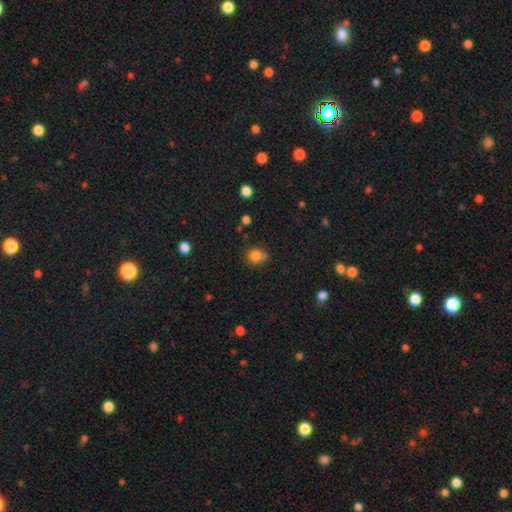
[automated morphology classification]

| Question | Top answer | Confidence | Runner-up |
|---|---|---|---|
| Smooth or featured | smooth | 81% | star or artifact (12%) |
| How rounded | round | 74% | in between (25%) |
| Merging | none | 64% | minor disturbance (20%) |